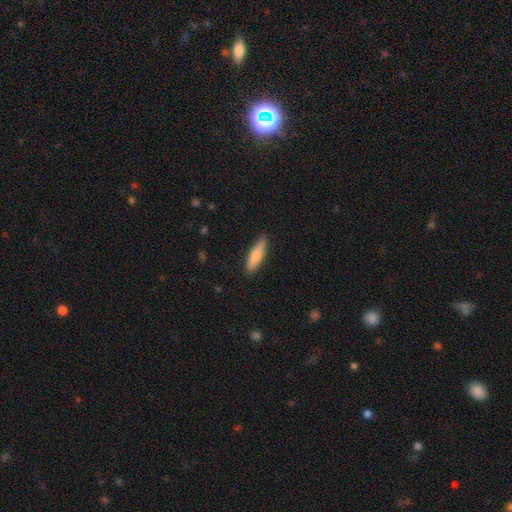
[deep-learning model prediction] Morphology: type=smooth (81%); roundness=cigar-shaped (63%); merging=none (84%).